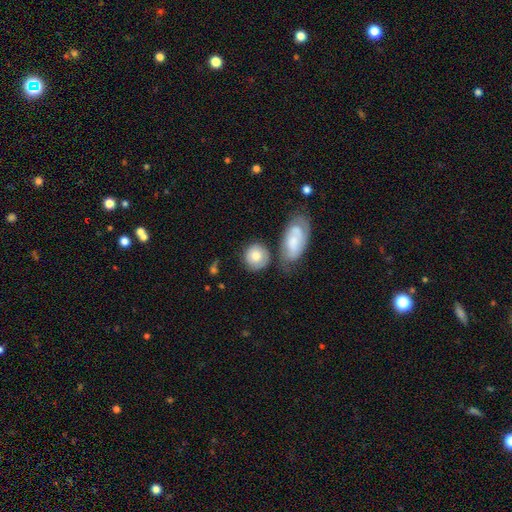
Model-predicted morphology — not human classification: smooth-or-featured: smooth: 76% | featured or disk: 18% | star or artifact: 6%
  how-rounded: round: 79% | in between: 19% | cigar-shaped: 2%
  merging: none: 59% | minor disturbance: 17% | merger: 16% | major disturbance: 7%